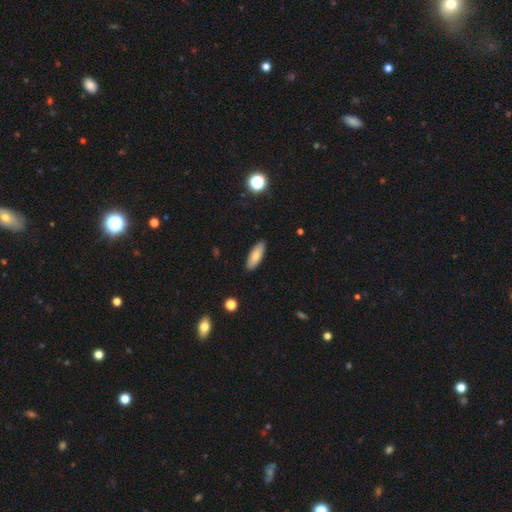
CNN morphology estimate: Smooth or featured?
  - smooth: 78% *
  - featured or disk: 15%
  - star or artifact: 7%
How rounded?
  - in between: 65% *
  - cigar-shaped: 33%
  - round: 2%
Merging?
  - none: 89% *
  - minor disturbance: 8%
  - major disturbance: 2%
  - merger: 1%